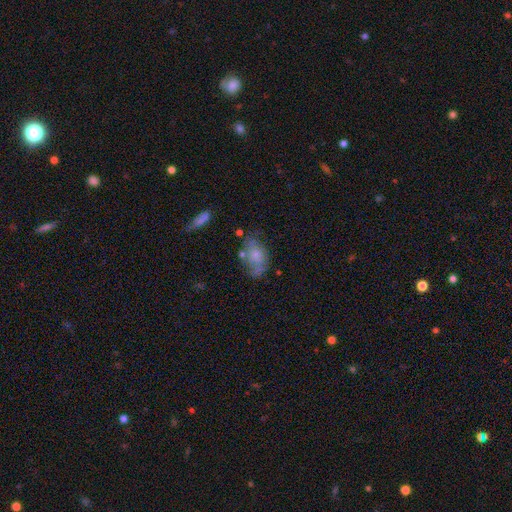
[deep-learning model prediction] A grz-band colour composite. It shows a smooth galaxy with no disk features (53%) that is in between round and cigar-shaped (87%). Merging: none (45%).